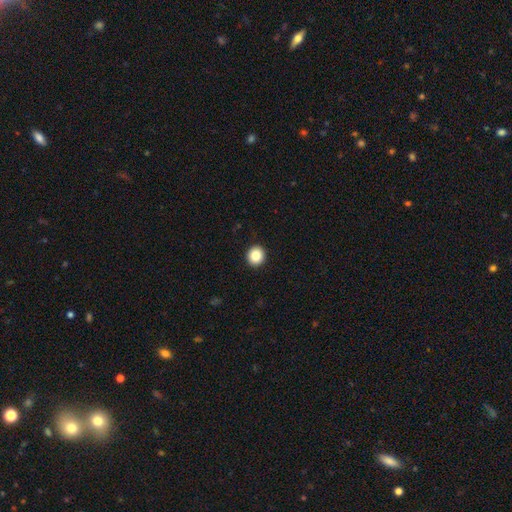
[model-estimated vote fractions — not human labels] smooth-or-featured: smooth: 86% | star or artifact: 9% | featured or disk: 5%
  how-rounded: round: 91% | in between: 8% | cigar-shaped: 1%
  merging: none: 93% | minor disturbance: 4% | major disturbance: 1% | merger: 1%